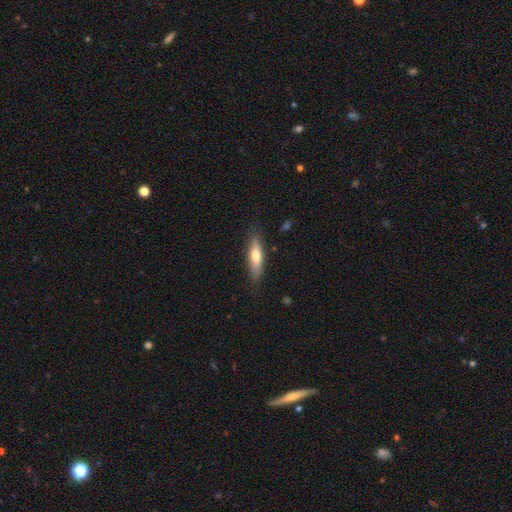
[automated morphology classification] smooth_or_featured: smooth (p=0.66) [alt: featured or disk p=0.29]
how_rounded: cigar-shaped (p=0.64) [alt: in between p=0.34]
merging: none (p=0.82) [alt: minor disturbance p=0.14]